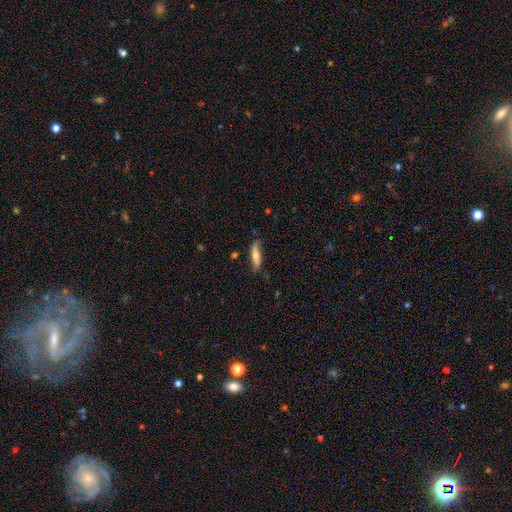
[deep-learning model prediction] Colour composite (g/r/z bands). It shows a smooth galaxy with no disk features (64%) that is cigar-shaped (61%). Merging: none (74%).